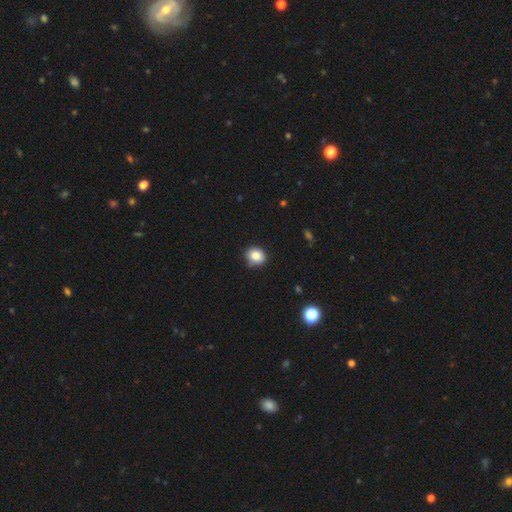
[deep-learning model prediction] The model was most divided on "how rounded": round: 78%, in between: 21%, cigar-shaped: 1%. More confident: smooth or featured — smooth (83%); merging — none (81%).